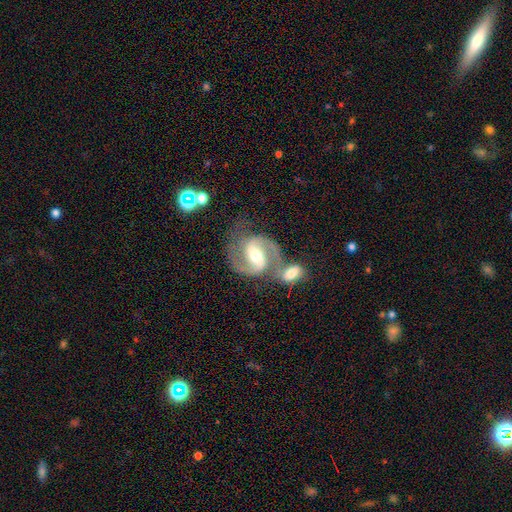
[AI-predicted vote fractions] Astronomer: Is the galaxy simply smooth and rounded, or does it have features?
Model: featured or disk — 91%.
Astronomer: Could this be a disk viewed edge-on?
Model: no — 98%.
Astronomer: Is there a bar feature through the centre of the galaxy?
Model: strong — 44% (runner-up: weak, 39%).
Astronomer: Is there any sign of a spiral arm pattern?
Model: yes — 98%.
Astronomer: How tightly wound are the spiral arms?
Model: medium — 63%.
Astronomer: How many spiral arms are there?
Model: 2 — 93%.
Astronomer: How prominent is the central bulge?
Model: moderate — 69%.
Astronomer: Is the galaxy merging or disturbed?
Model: none — 44% (runner-up: merger, 37%).